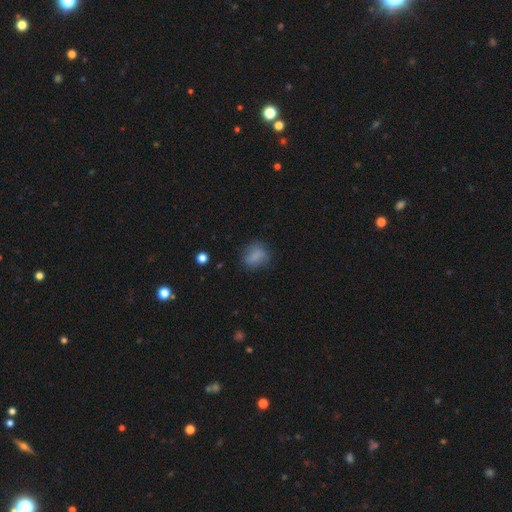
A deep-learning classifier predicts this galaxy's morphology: A smooth galaxy with no disk features (79%) that is in between round and cigar-shaped (53%). Merging: none (67%).